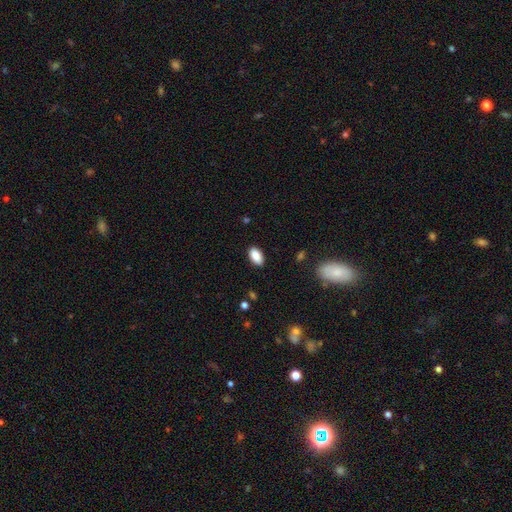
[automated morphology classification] The model was most divided on "merging": none: 87%, minor disturbance: 9%, major disturbance: 2%, merger: 1%. More confident: how rounded — in between (93%); smooth or featured — smooth (88%).